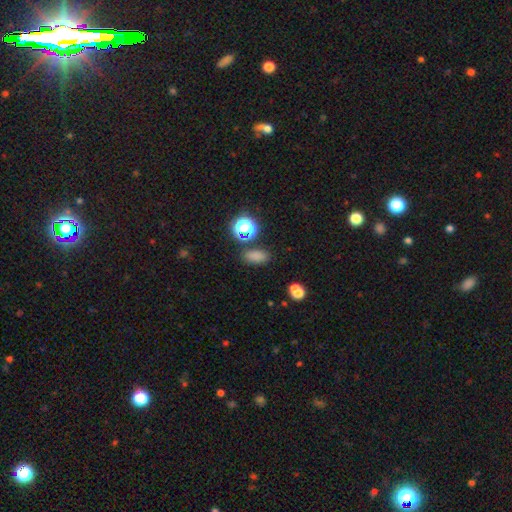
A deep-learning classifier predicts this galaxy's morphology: This is likely a smooth galaxy (75%). How rounded: clearly in between (83%). Merging: clearly none (81%).